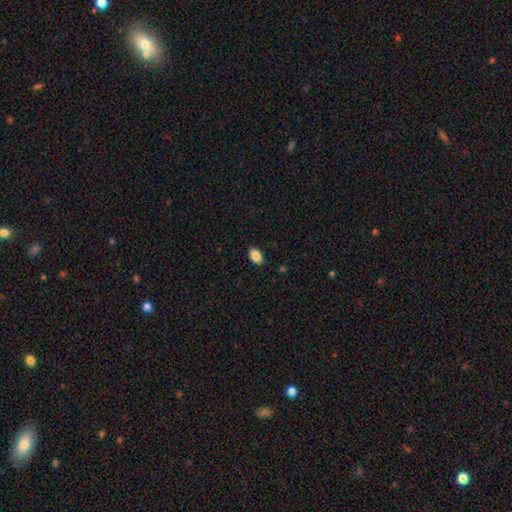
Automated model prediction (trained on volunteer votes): smooth_or_featured: smooth (p=0.86) [alt: star or artifact p=0.08]
how_rounded: in between (p=0.89) [alt: round p=0.10]
merging: none (p=0.89) [alt: minor disturbance p=0.08]